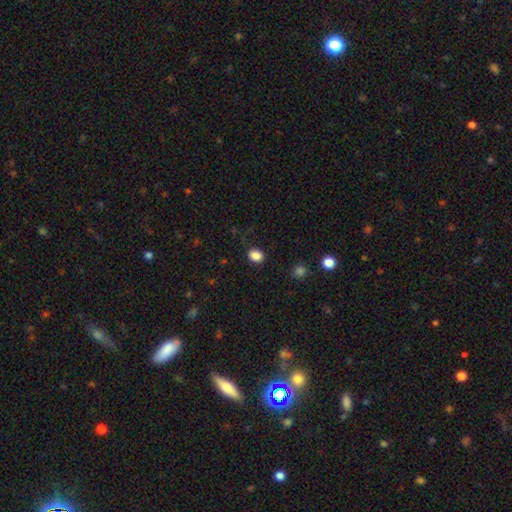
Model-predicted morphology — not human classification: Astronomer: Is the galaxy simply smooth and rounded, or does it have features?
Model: smooth — 87%.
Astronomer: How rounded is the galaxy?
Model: in between — 52% (runner-up: round, 47%).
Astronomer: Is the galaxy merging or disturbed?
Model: none — 85%.